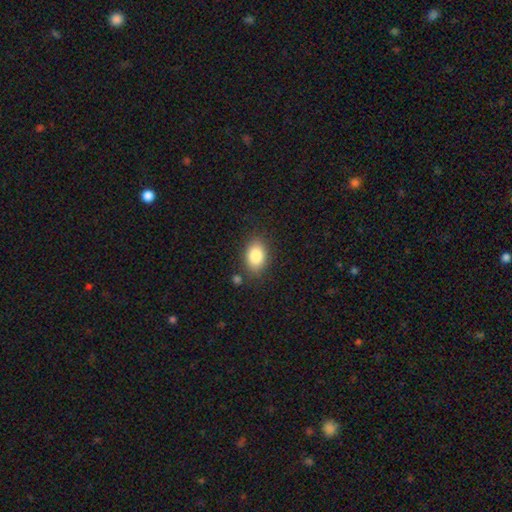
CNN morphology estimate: This is clearly a smooth galaxy (85%). How rounded: clearly in between (82%). Merging: clearly none (81%).